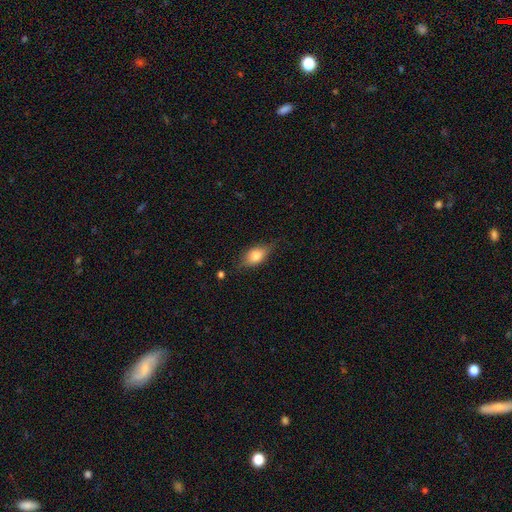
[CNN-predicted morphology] type=smooth (72%); roundness=in between (81%); merging=none (70%).